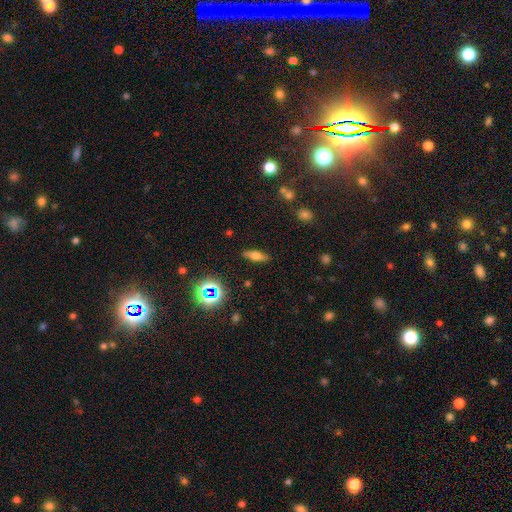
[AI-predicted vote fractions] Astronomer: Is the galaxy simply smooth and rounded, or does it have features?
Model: smooth — 59%.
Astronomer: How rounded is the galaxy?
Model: in between — 50% (runner-up: cigar-shaped, 44%).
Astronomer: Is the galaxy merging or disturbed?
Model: none — 86%.